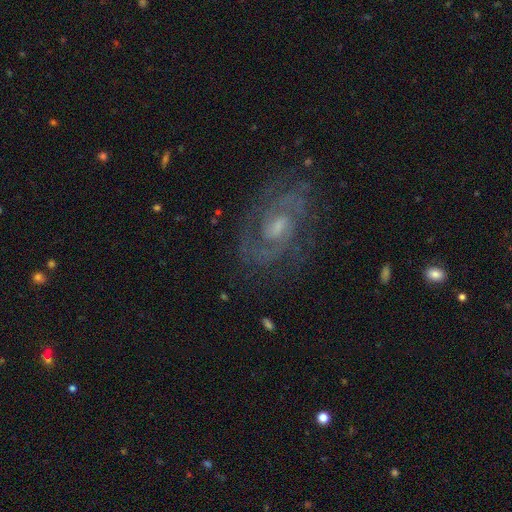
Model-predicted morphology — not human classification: A featured or disk galaxy (81%) with no bar (50%), 2 (59%) tight (47%) spiral arms (95%) and a moderate central bulge (50%).

Vote fractions:
- Smooth or featured? featured or disk: 81% / star or artifact: 12% / smooth: 8%
- Edge-on disk? no: 96% / yes: 4%
- Bar? no: 50% / weak: 41% / strong: 9%
- Spiral arms? yes: 95% / no: 5%
- Spiral winding? tight: 47% / medium: 43% / loose: 10%
- Spiral arm count? 2: 59% / can't tell: 20% / 3: 9% / 1: 4% / 4: 4% / more than 4: 4%
- Bulge size? moderate: 50% / small: 40% / large: 5% / none: 4% / dominant: 1%
- Merging? none: 79% / minor disturbance: 13% / major disturbance: 6% / merger: 1%